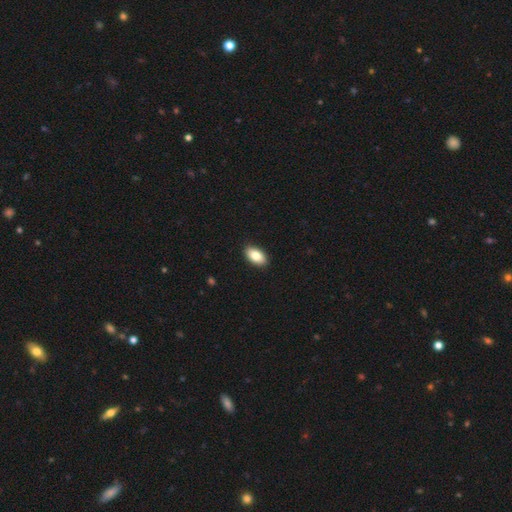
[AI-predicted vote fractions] Smooth or featured: smooth — 85% (featured or disk — 8%)
How rounded: in between — 94% (round — 4%)
Merging: none — 91% (minor disturbance — 7%)